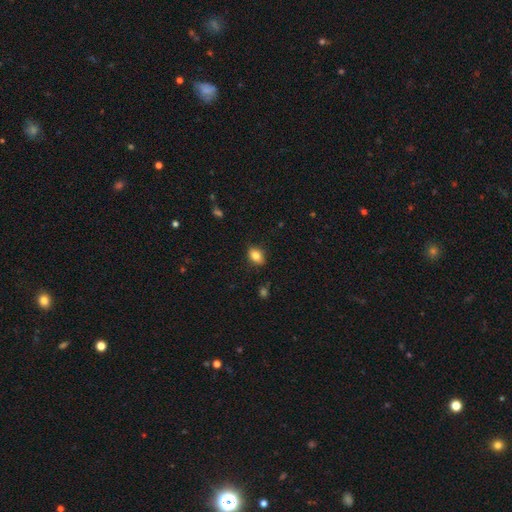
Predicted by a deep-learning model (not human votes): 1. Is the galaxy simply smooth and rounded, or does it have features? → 81% smooth, 10% featured or disk, 9% star or artifact.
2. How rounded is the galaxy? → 76% in between, 22% round, 2% cigar-shaped.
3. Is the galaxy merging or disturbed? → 84% none, 12% minor disturbance, 2% major disturbance, 1% merger.